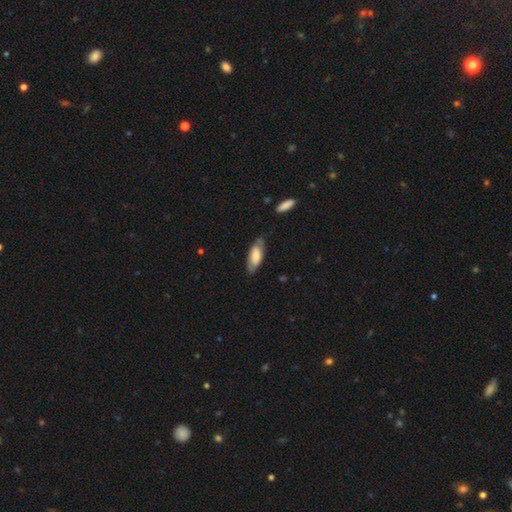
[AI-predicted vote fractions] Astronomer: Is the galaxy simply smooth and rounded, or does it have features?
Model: smooth — 60%.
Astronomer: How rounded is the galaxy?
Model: in between — 76%.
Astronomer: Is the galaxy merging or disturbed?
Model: none — 71%.